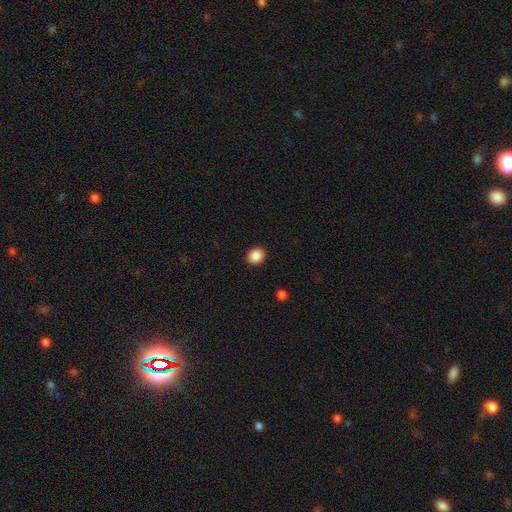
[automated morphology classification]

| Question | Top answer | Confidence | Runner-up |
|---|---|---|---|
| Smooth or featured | smooth | 89% | star or artifact (9%) |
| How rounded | round | 66% | in between (33%) |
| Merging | none | 91% | minor disturbance (6%) |